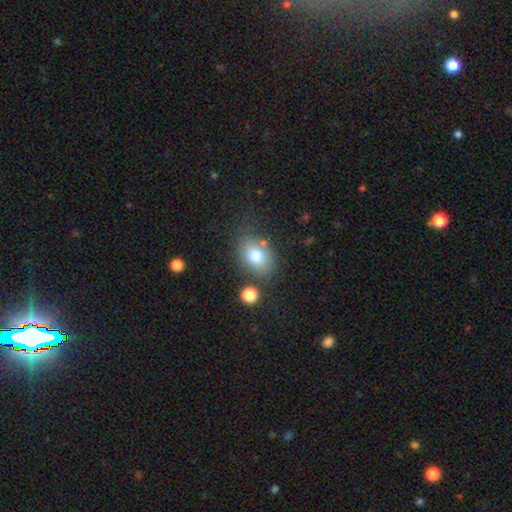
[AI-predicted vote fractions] smooth-or-featured: smooth: 78% | featured or disk: 13% | star or artifact: 9%
  how-rounded: in between: 73% | round: 26% | cigar-shaped: 1%
  merging: none: 69% | minor disturbance: 16% | merger: 8% | major disturbance: 6%